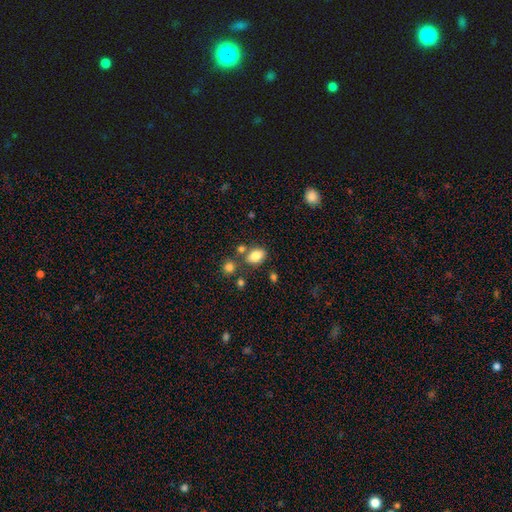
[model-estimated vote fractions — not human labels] Smooth or featured? Predicted: smooth (p=0.82). How rounded? Predicted: in between (p=0.81). Merging? Predicted: none (p=0.70).